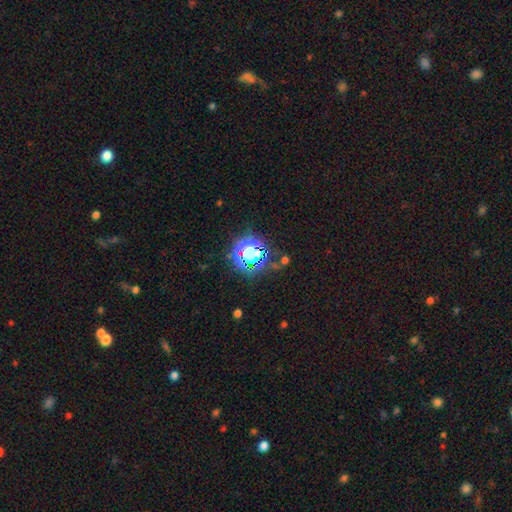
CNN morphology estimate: The model was most divided on "smooth or featured": star or artifact: 77%, smooth: 15%, featured or disk: 8%.